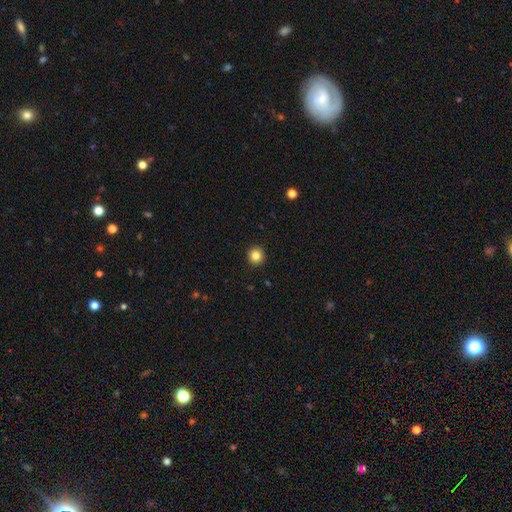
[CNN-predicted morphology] Q: Smooth or featured?
A: smooth (84%); runner-up: star or artifact (11%)
Q: How rounded?
A: round (94%); runner-up: in between (5%)
Q: Merging?
A: none (93%); runner-up: minor disturbance (4%)